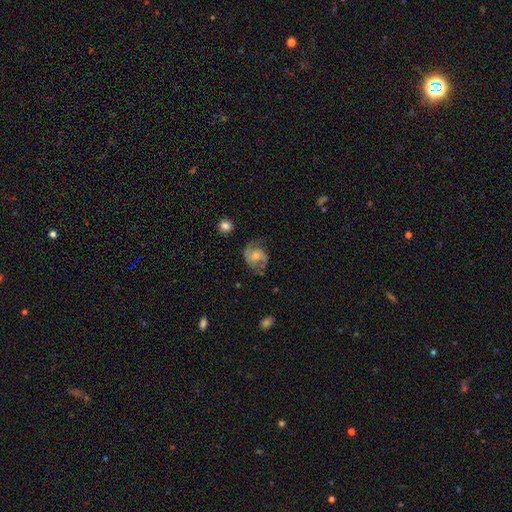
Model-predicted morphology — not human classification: Smooth or featured? featured or disk (80%)
Edge-on disk? no (98%)
Bar? no (61%)
Spiral arms? yes (95%)
Spiral winding? medium (53%)
Spiral arm count? 2 (89%)
Bulge size? moderate (49%)
Merging? none (71%)